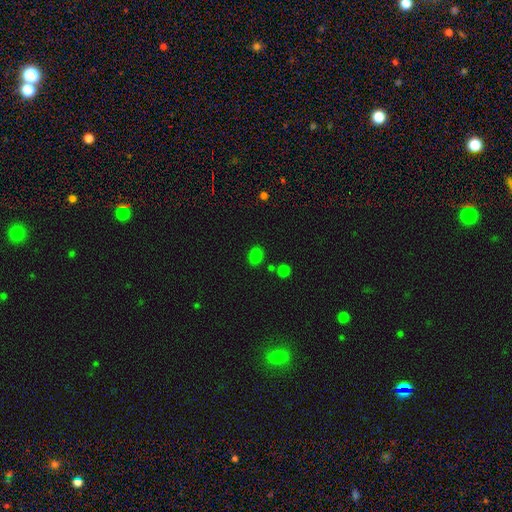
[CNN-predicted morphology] The model was most divided on "how rounded": in between: 57%, round: 42%, cigar-shaped: 1%. More confident: merging — none (81%); smooth or featured — smooth (80%).